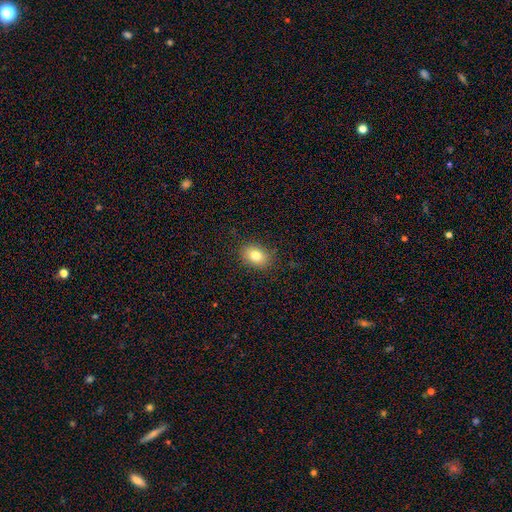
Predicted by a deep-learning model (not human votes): smooth-or-featured: smooth: 80% | featured or disk: 10% | star or artifact: 10%
  how-rounded: in between: 71% | round: 28% | cigar-shaped: 1%
  merging: none: 87% | minor disturbance: 10% | major disturbance: 3% | merger: 1%